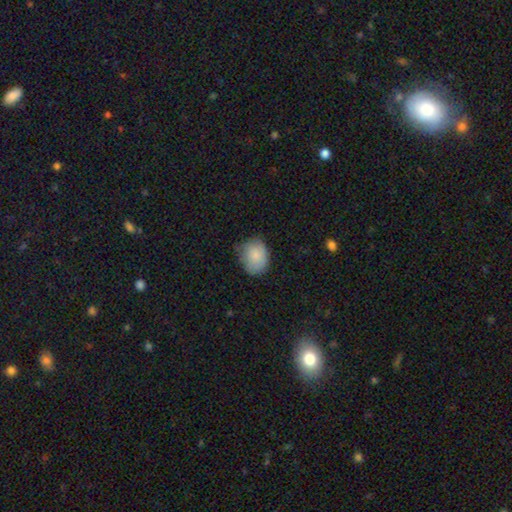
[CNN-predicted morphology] Overall: smooth (84%). How rounded: round (51%; in between 48%). Merging: none (61%; minor disturbance 31%).